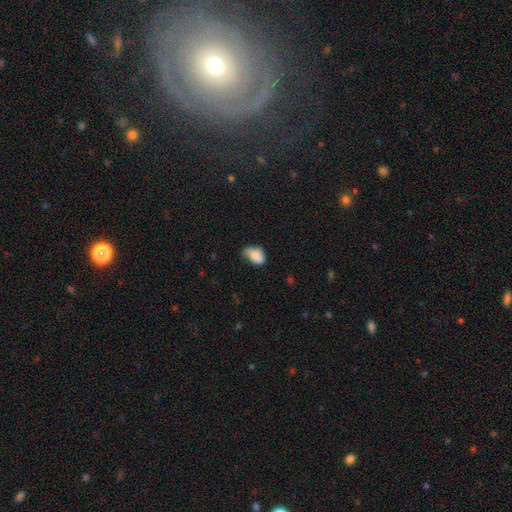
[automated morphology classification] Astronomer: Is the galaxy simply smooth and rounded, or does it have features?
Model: smooth — 74%.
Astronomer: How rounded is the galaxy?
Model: in between — 83%.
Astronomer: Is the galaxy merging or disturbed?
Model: minor disturbance — 44% (runner-up: none, 36%).